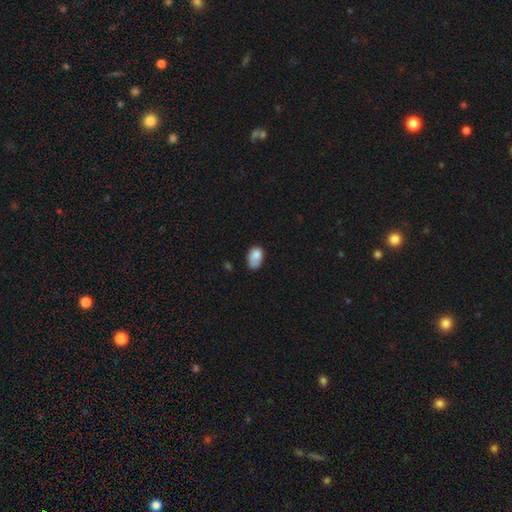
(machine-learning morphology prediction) Smooth or featured: smooth — 79% (featured or disk — 12%)
How rounded: in between — 85% (round — 14%)
Merging: none — 45% (minor disturbance — 37%)